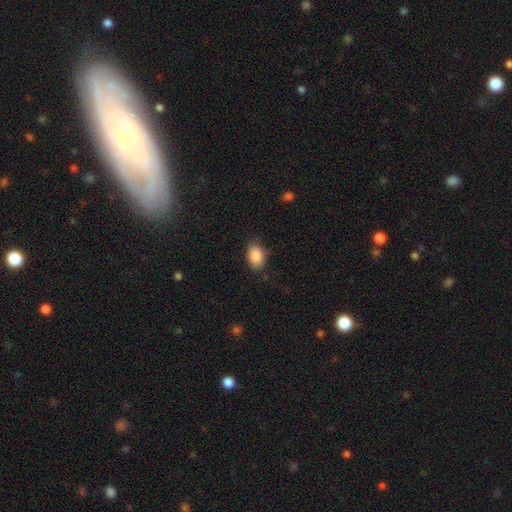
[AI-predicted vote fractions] smooth_or_featured: smooth (p=0.88) [alt: star or artifact p=0.07]
how_rounded: in between (p=0.87) [alt: round p=0.11]
merging: none (p=0.80) [alt: minor disturbance p=0.15]